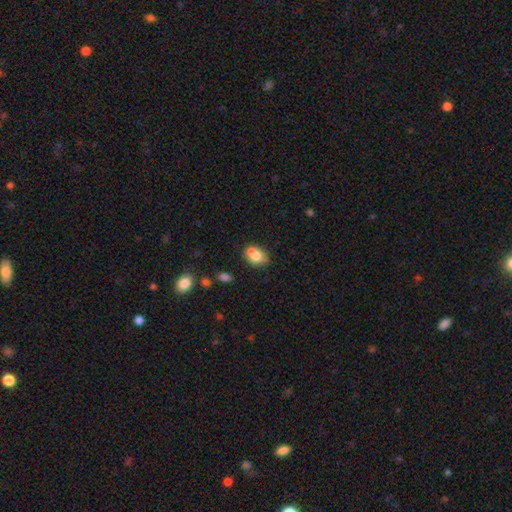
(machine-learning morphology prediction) smooth_or_featured: smooth (p=0.74) [alt: featured or disk p=0.17]
how_rounded: in between (p=0.66) [alt: round p=0.33]
merging: none (p=0.52) [alt: merger p=0.28]